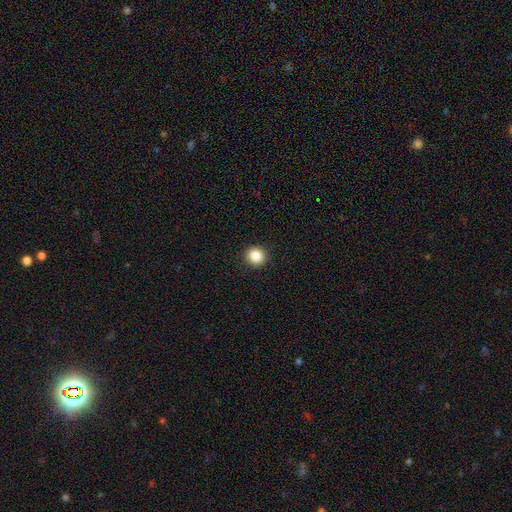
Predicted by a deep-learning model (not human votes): Smooth or featured?
  - smooth: 86% *
  - star or artifact: 10%
  - featured or disk: 4%
How rounded?
  - round: 93% *
  - in between: 7%
  - cigar-shaped: 1%
Merging?
  - none: 93% *
  - minor disturbance: 5%
  - major disturbance: 2%
  - merger: 1%